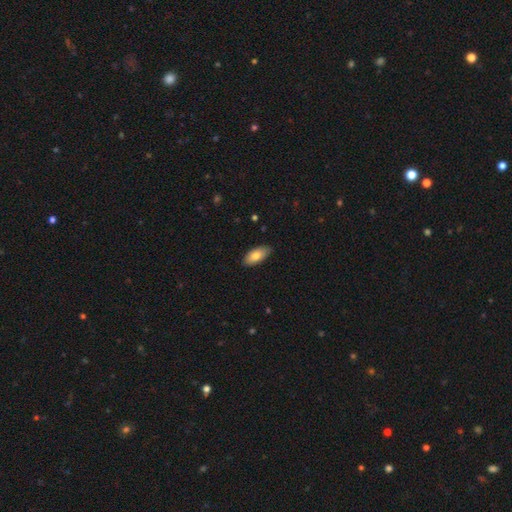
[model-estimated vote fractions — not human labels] Q: Smooth or featured?
A: smooth (80%); runner-up: featured or disk (14%)
Q: How rounded?
A: in between (91%); runner-up: cigar-shaped (7%)
Q: Merging?
A: none (85%); runner-up: minor disturbance (12%)